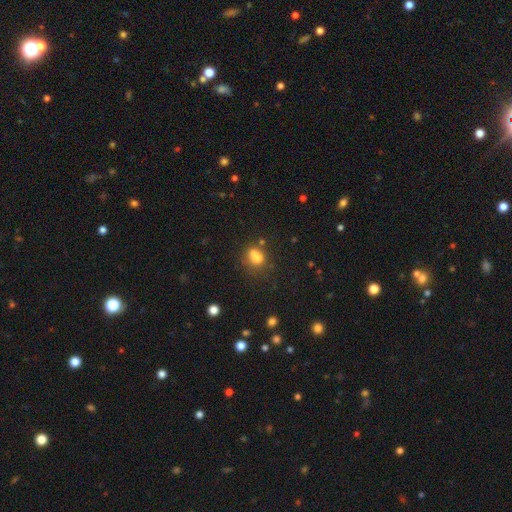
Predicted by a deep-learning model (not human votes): smooth 70%, featured or disk 15%, star or artifact 14%. Down the decision tree: how rounded — round (54%); merging — merger (43%).